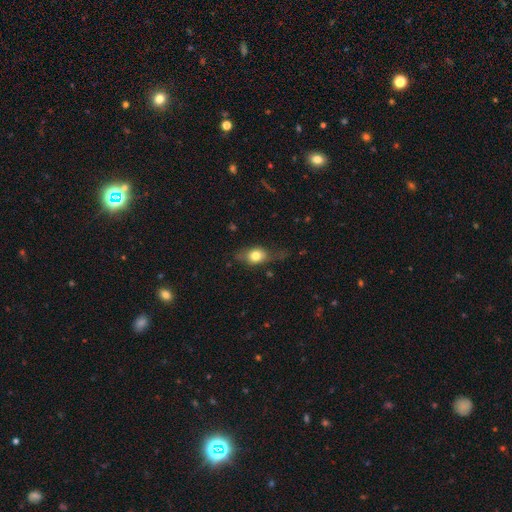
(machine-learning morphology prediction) smooth 68%, featured or disk 24%, star or artifact 8%. Down the decision tree: how rounded — in between (62%); merging — none (57%).